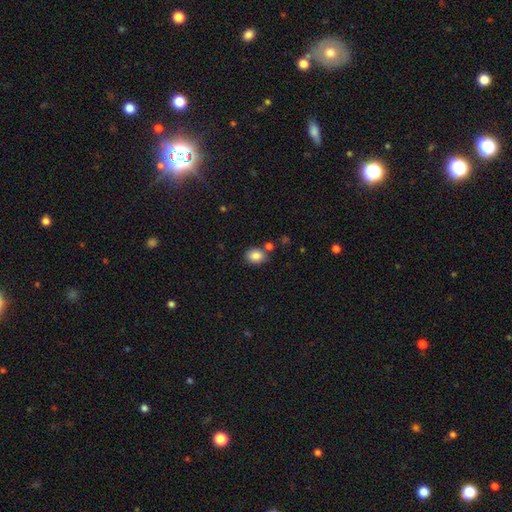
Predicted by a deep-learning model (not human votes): smooth 85%, star or artifact 9%, featured or disk 6%. Down the decision tree: how rounded — in between (57%); merging — none (74%).